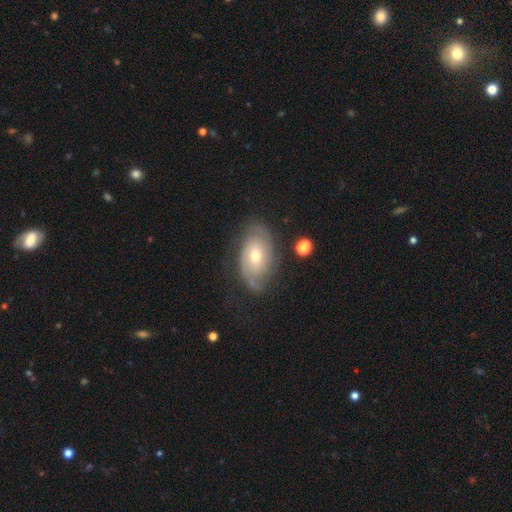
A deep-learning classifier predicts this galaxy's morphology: type=featured or disk (75%); edge-on=no (95%); bar=no (66%); spiral arms=yes (90%); winding=tight (57%); arm count=2 (54%); bulge=moderate (54%); merging=none (70%).